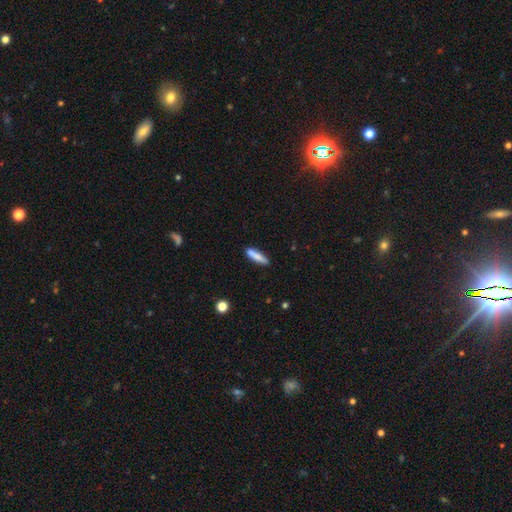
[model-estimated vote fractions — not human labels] Smooth or featured? Predicted: smooth (p=0.80). How rounded? Predicted: cigar-shaped (p=0.78). Merging? Predicted: none (p=0.83).